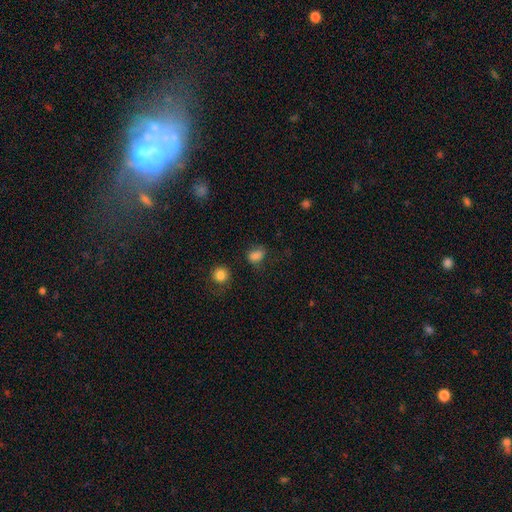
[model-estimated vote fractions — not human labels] Overall: smooth (81%). How rounded: in between (67%; round 32%). Merging: none (59%; minor disturbance 24%).